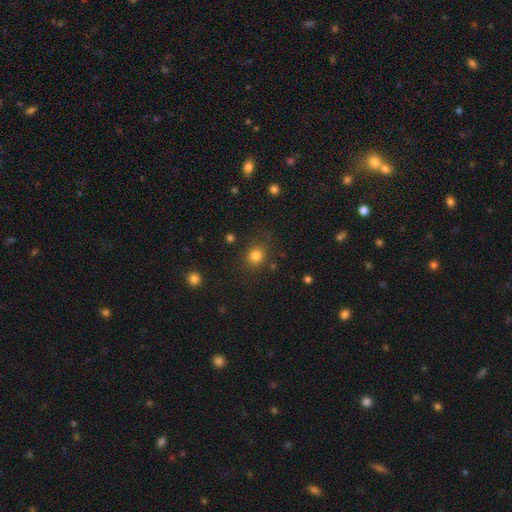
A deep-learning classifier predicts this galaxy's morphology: Smooth or featured: smooth — 81% (star or artifact — 13%)
How rounded: round — 77% (in between — 22%)
Merging: none — 79% (minor disturbance — 13%)